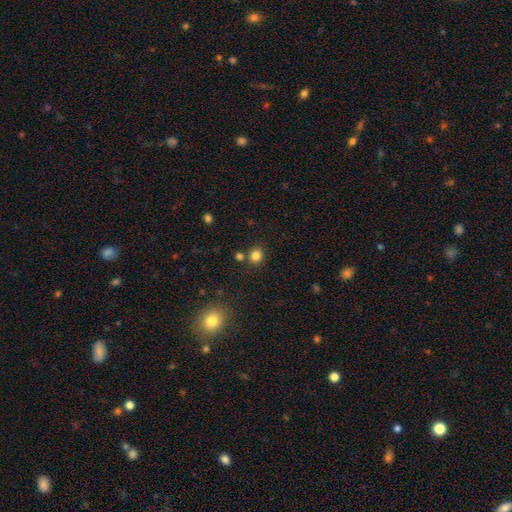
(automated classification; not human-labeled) smooth 82%, star or artifact 13%, featured or disk 5%. Down the decision tree: how rounded — round (82%); merging — none (79%).